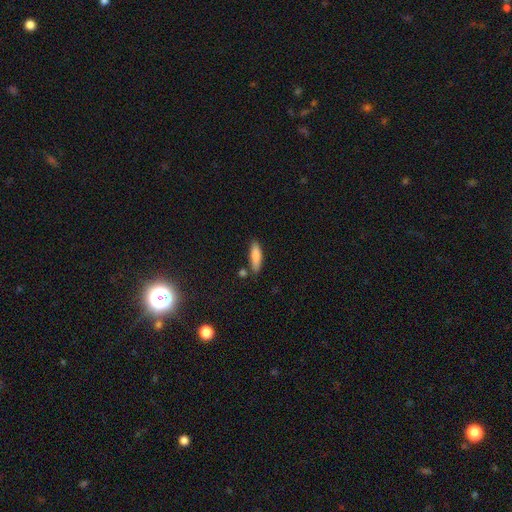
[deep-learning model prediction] A smooth galaxy with no disk features (84%) that is cigar-shaped (58%). Merging: none (75%).